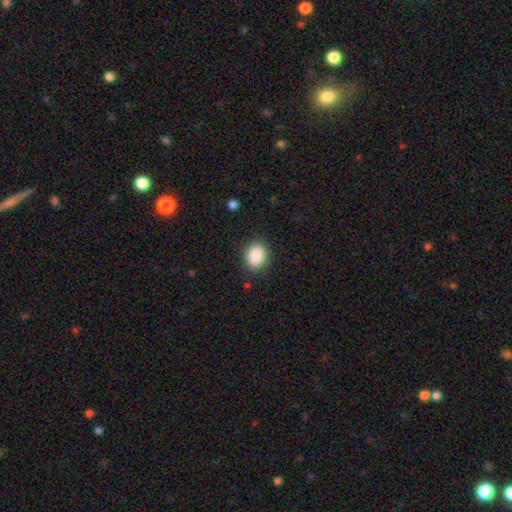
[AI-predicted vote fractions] Morphology: type=smooth (89%); roundness=in between (52%); merging=none (86%).